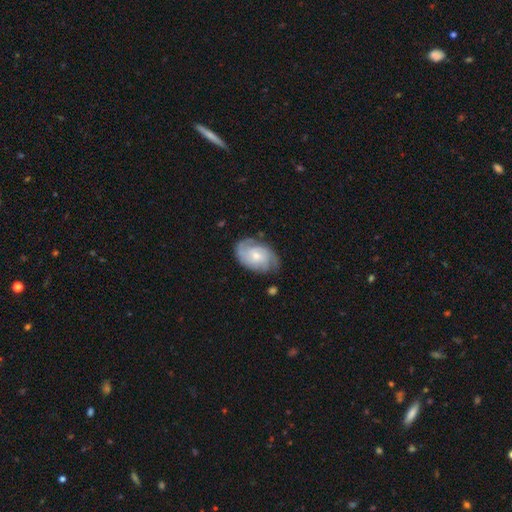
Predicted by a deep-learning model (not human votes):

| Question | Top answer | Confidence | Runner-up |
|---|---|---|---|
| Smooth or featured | featured or disk | 69% | smooth (25%) |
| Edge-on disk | no | 97% | yes (3%) |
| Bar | no | 60% | weak (35%) |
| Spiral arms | yes | 91% | no (9%) |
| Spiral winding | tight | 49% | medium (38%) |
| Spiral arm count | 2 | 39% | can't tell (31%) |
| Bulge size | small | 52% | moderate (41%) |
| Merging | none | 68% | minor disturbance (23%) |